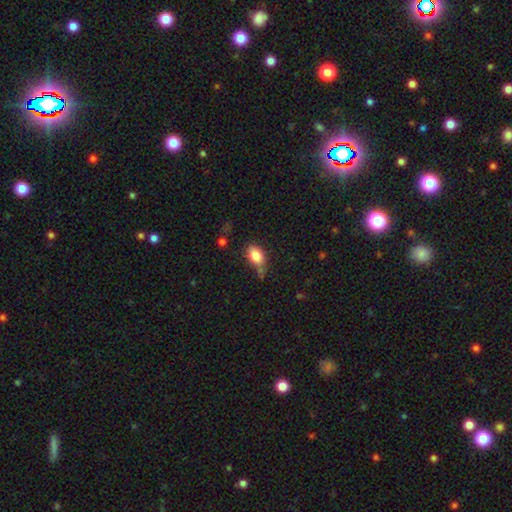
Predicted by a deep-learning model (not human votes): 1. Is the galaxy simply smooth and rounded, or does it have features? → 82% smooth, 10% featured or disk, 8% star or artifact.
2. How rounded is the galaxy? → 87% in between, 10% round, 3% cigar-shaped.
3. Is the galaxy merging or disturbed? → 60% none, 26% minor disturbance, 8% merger, 7% major disturbance.